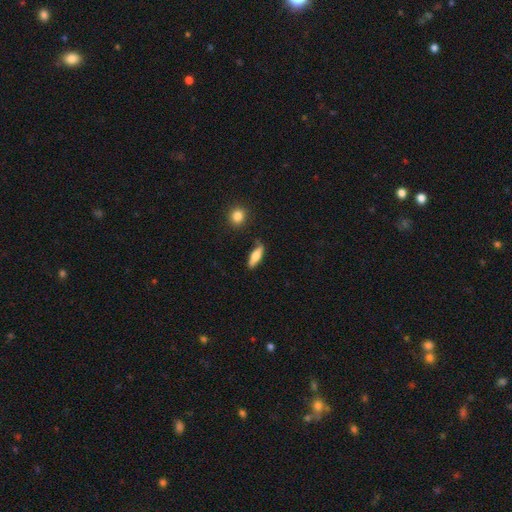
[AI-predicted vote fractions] smooth_or_featured: smooth (p=0.69) [alt: featured or disk p=0.25]
how_rounded: in between (p=0.49) [alt: cigar-shaped p=0.48]
merging: none (p=0.79) [alt: minor disturbance p=0.15]